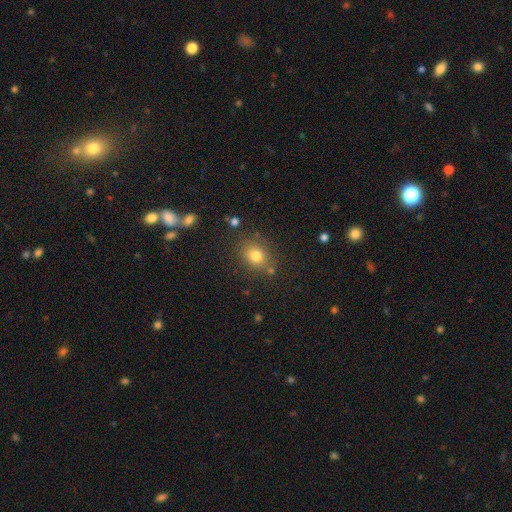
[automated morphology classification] smooth-or-featured: smooth: 78% | star or artifact: 14% | featured or disk: 8%
  how-rounded: round: 59% | in between: 40% | cigar-shaped: 1%
  merging: none: 78% | minor disturbance: 12% | merger: 6% | major disturbance: 4%